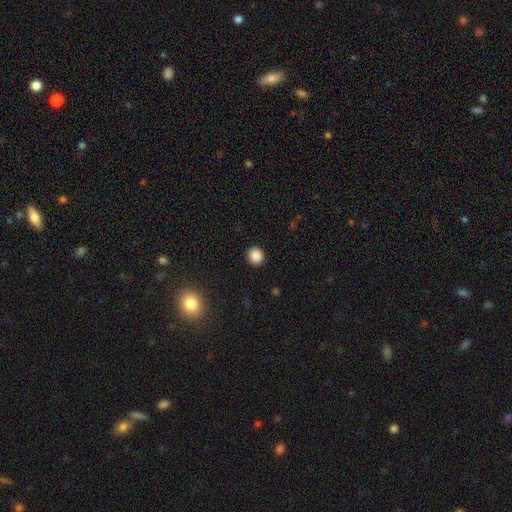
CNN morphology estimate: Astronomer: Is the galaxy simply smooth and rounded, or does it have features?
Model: smooth — 87%.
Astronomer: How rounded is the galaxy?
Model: round — 87%.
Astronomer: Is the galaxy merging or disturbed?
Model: none — 91%.